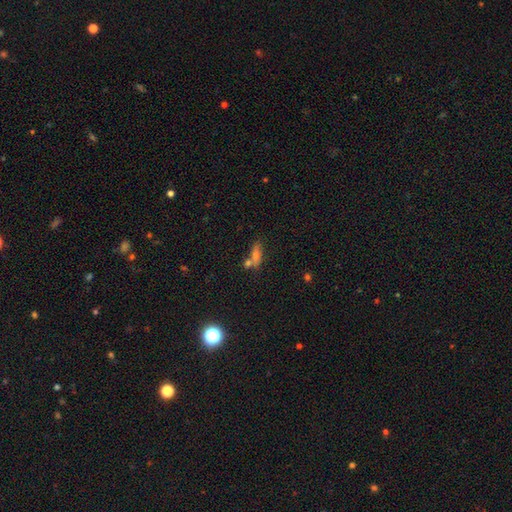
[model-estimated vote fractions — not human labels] This is likely a smooth galaxy (69%). How rounded: possibly in between (49%). Merging: possibly none (48%).